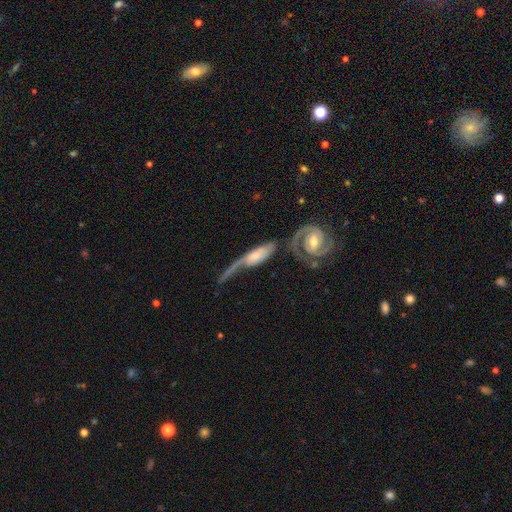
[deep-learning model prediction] Smooth or featured?
  - featured or disk: 67% *
  - smooth: 27%
  - star or artifact: 6%
Edge-on disk?
  - no: 75% *
  - yes: 25%
Bar?
  - no: 57% *
  - weak: 30%
  - strong: 14%
Spiral arms?
  - yes: 84% *
  - no: 16%
Bulge size?
  - moderate: 42% *
  - small: 35%
  - large: 11%
  - none: 9%
  - dominant: 3%
Merging?
  - merger: 34% *
  - none: 27%
  - major disturbance: 23%
  - minor disturbance: 17%